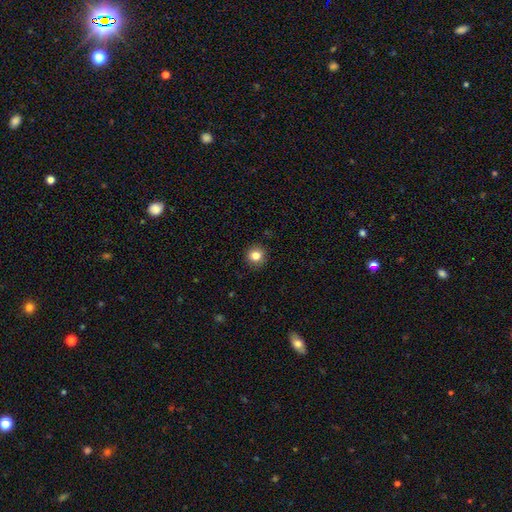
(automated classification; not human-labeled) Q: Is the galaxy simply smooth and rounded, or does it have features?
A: smooth — 83%.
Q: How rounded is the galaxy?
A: round — 92%.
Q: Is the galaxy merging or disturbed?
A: none — 91%.